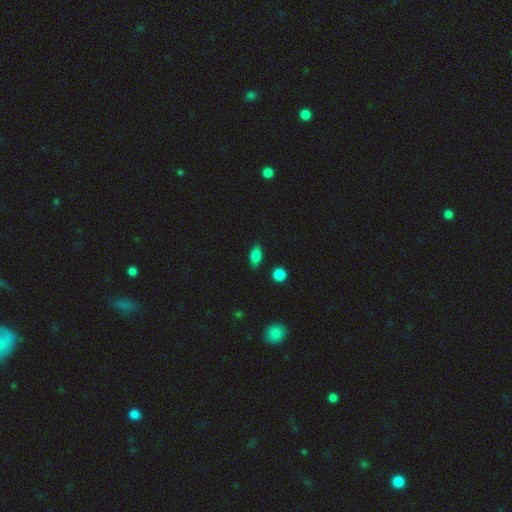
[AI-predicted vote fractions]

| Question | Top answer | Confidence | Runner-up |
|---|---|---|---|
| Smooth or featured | smooth | 83% | star or artifact (10%) |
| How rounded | in between | 86% | round (8%) |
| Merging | none | 83% | minor disturbance (12%) |